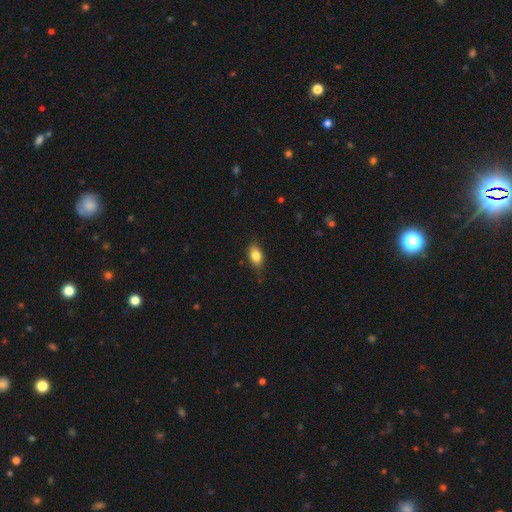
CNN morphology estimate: This appears to be a smooth galaxy with no disk features (81%) that is in between round and cigar-shaped (84%). Merging: none (78%).